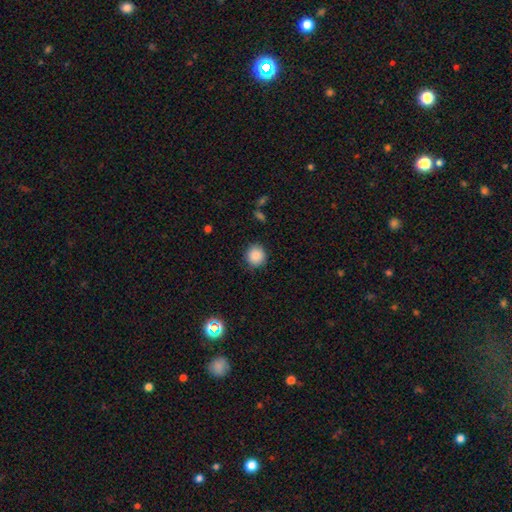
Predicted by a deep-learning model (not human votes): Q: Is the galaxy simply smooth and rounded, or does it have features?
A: smooth — 88%.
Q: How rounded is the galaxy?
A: round — 92%.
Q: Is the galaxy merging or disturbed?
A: none — 88%.